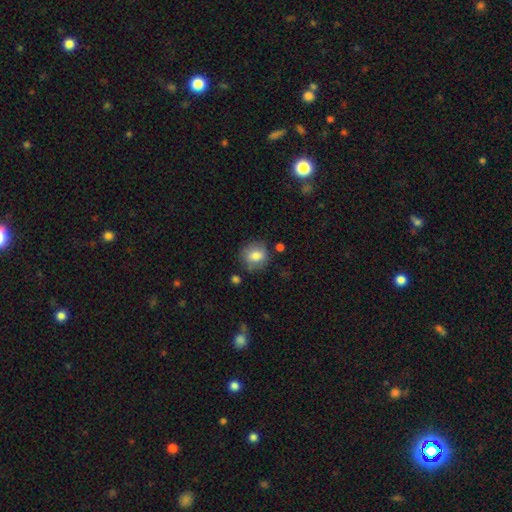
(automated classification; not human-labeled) smooth 78%, featured or disk 13%, star or artifact 9%. Down the decision tree: how rounded — round (77%); merging — none (75%).